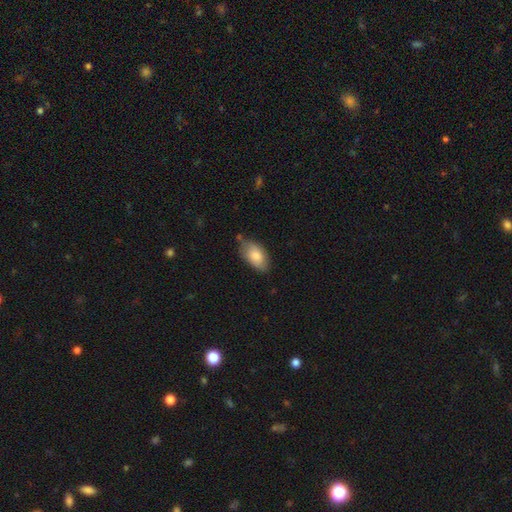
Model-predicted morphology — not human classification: This is likely a smooth galaxy (79%). How rounded: clearly in between (94%). Merging: likely none (66%).